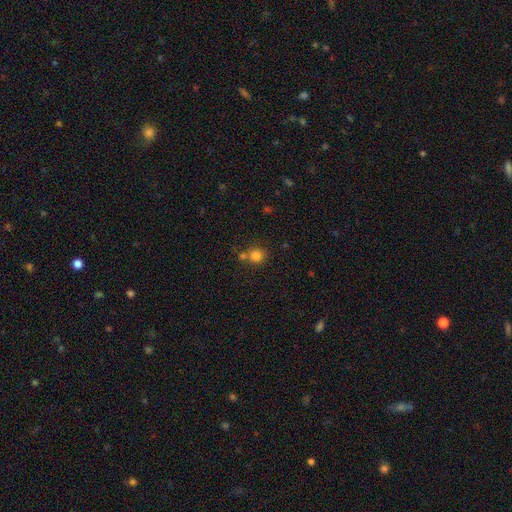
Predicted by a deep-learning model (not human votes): smooth_or_featured: smooth (p=0.81) [alt: star or artifact p=0.13]
how_rounded: round (p=0.90) [alt: in between p=0.10]
merging: none (p=0.63) [alt: merger p=0.24]